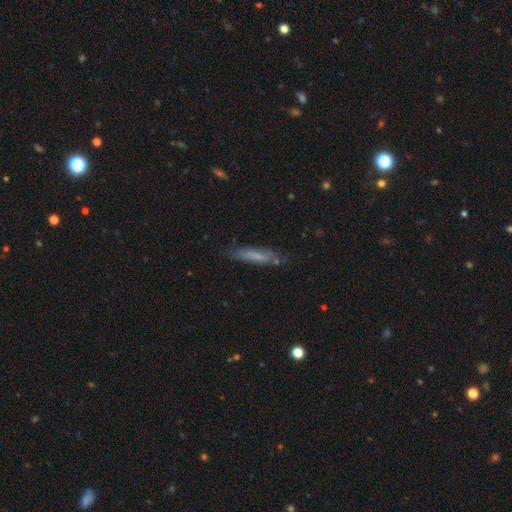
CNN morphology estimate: smooth-or-featured: smooth: 63% | featured or disk: 29% | star or artifact: 8%
  how-rounded: cigar-shaped: 83% | in between: 15% | round: 2%
  merging: none: 73% | minor disturbance: 19% | major disturbance: 5% | merger: 3%